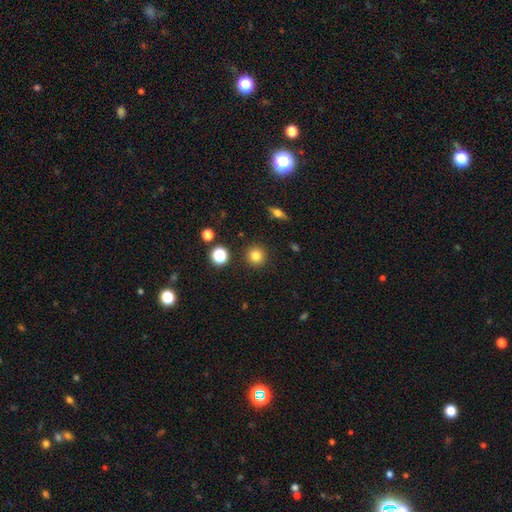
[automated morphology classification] Overall: smooth (81%). How rounded: round (94%). Merging: none (91%).